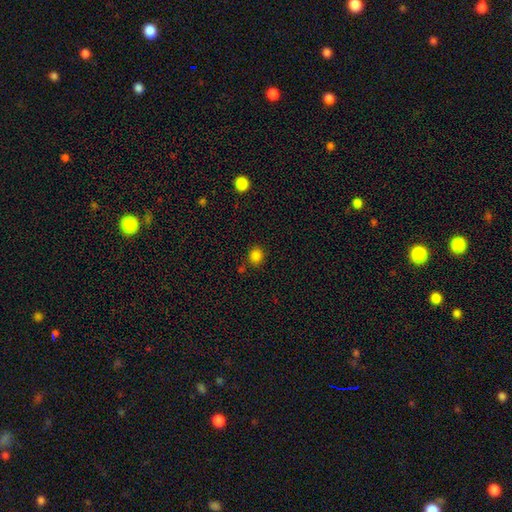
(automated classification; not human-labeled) The model was most divided on "how rounded": round: 80%, in between: 19%, cigar-shaped: 1%. More confident: smooth or featured — smooth (83%); merging — none (81%).